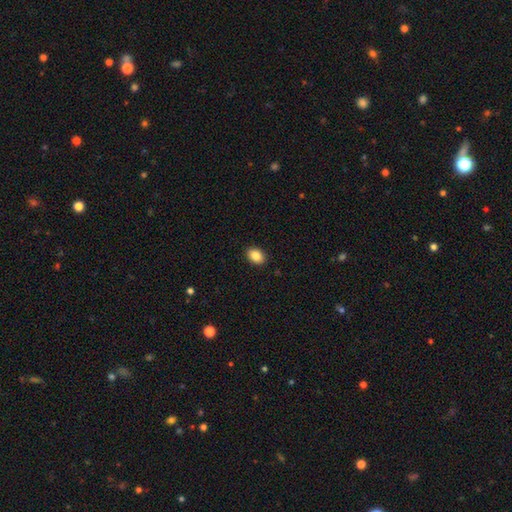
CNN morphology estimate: Overall: smooth (86%). How rounded: in between (75%). Merging: none (90%).